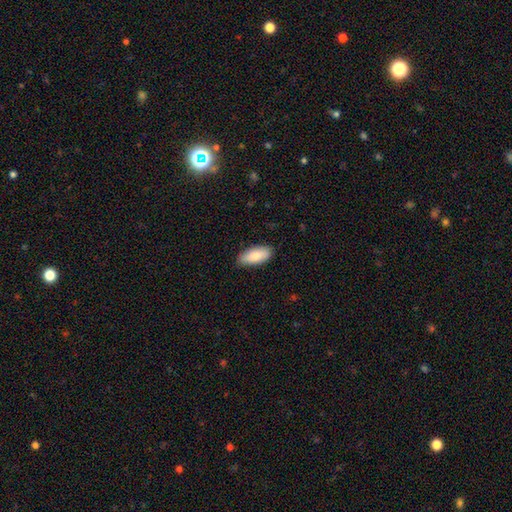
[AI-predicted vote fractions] Overall: smooth (84%). How rounded: in between (87%). Merging: none (84%).